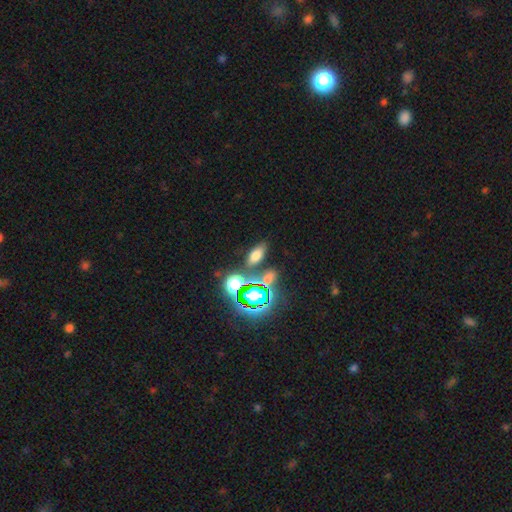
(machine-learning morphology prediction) Q: Smooth or featured?
A: smooth (61%); runner-up: star or artifact (26%)
Q: How rounded?
A: in between (79%); runner-up: round (11%)
Q: Merging?
A: none (77%); runner-up: minor disturbance (10%)